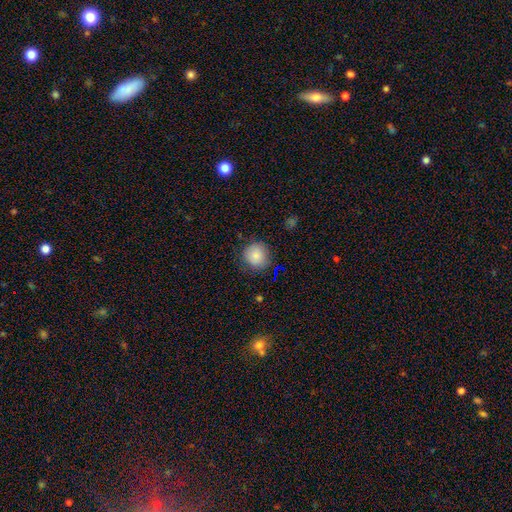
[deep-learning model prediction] Morphology: type=smooth (84%); roundness=round (91%); merging=none (81%).